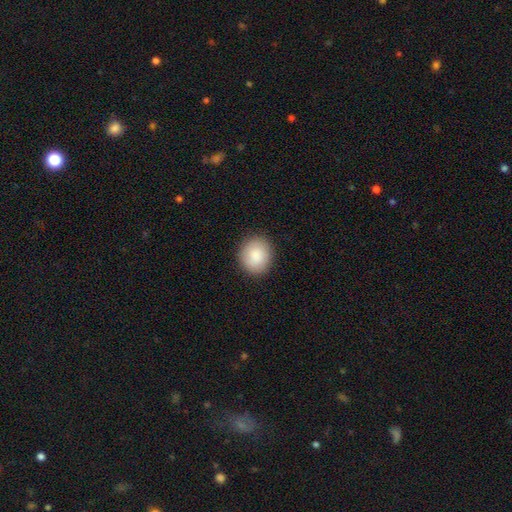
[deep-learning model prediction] Q: Smooth or featured?
A: smooth (88%); runner-up: star or artifact (7%)
Q: How rounded?
A: round (74%); runner-up: in between (25%)
Q: Merging?
A: none (89%); runner-up: minor disturbance (8%)